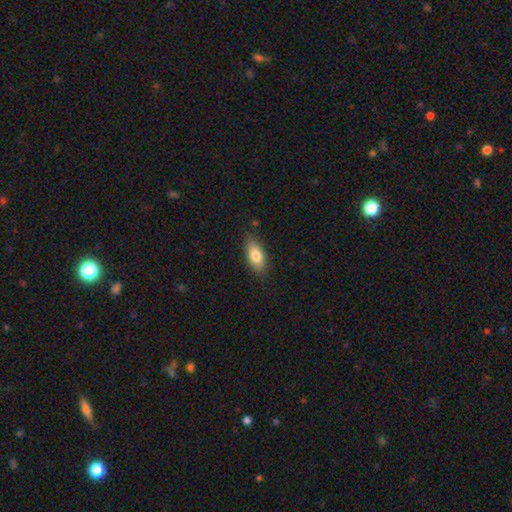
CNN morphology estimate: smooth-or-featured: smooth: 78% | featured or disk: 15% | star or artifact: 7%
  how-rounded: in between: 84% | cigar-shaped: 12% | round: 4%
  merging: none: 83% | minor disturbance: 13% | major disturbance: 2% | merger: 1%